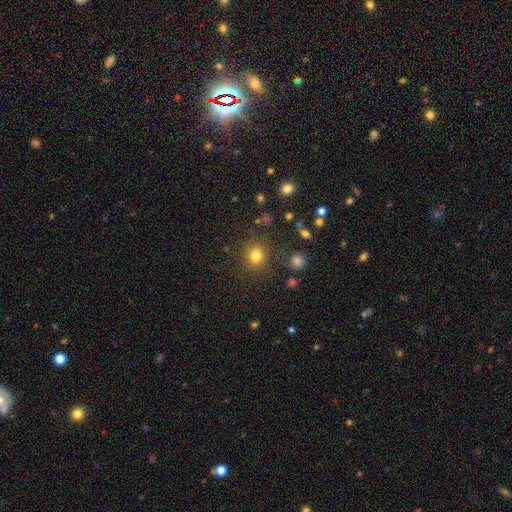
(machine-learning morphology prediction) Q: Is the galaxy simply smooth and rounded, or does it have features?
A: smooth — 80%.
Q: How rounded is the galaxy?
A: round — 73%.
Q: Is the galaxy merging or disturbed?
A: none — 83%.